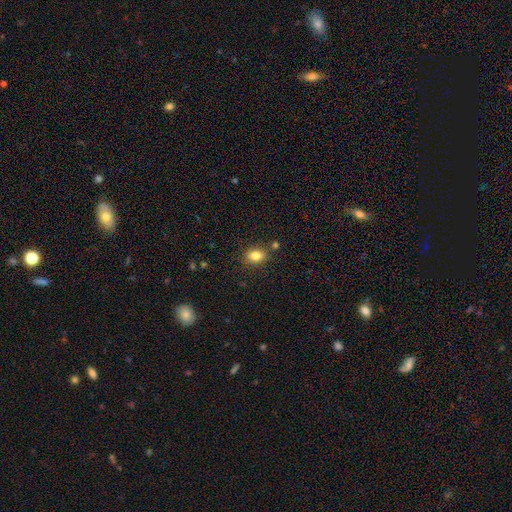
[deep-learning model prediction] A smooth galaxy with no disk features (83%) that is in between round and cigar-shaped (71%). Merging: none (78%).